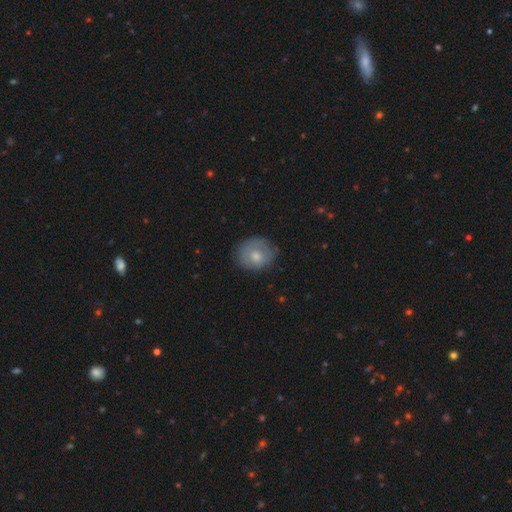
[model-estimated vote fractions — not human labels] Smooth or featured: smooth — 68% (featured or disk — 24%)
How rounded: round — 68% (in between — 31%)
Merging: none — 69% (minor disturbance — 23%)